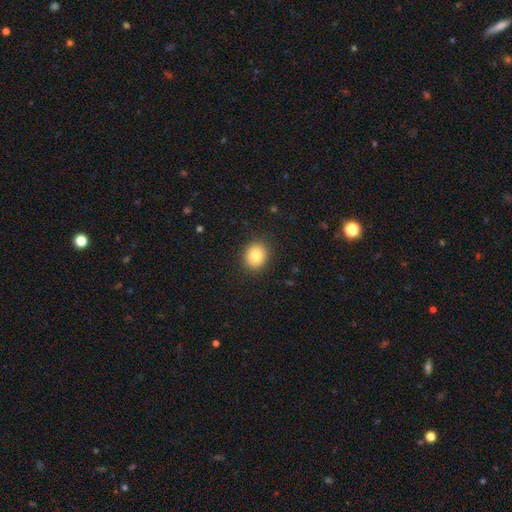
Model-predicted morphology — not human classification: This is clearly a smooth galaxy (83%). How rounded: likely round (72%). Merging: clearly none (90%).